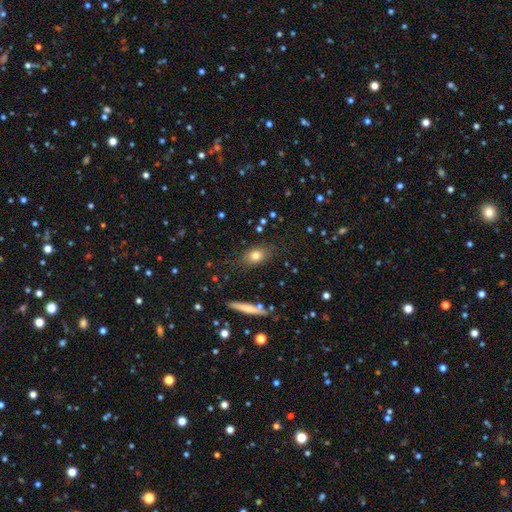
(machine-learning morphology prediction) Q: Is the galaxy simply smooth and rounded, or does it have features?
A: smooth — 76%.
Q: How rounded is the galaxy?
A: in between — 70%.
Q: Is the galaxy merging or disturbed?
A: none — 80%.